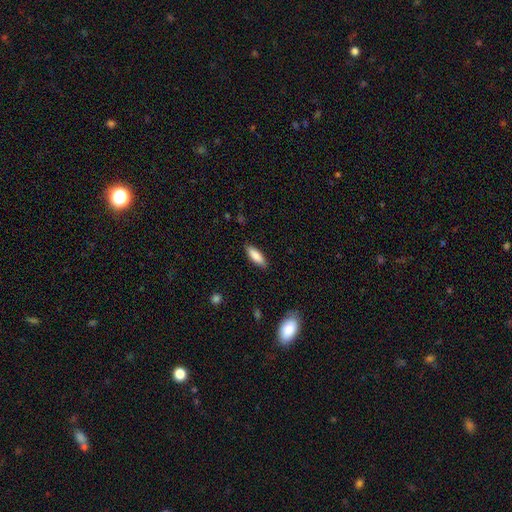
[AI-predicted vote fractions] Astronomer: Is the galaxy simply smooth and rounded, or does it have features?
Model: smooth — 84%.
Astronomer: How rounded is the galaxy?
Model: in between — 56% (runner-up: cigar-shaped, 43%).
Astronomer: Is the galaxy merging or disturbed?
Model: none — 87%.